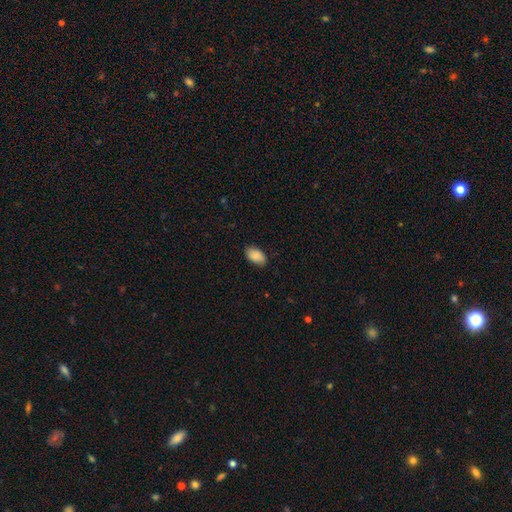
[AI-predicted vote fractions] smooth-or-featured: smooth: 88% | star or artifact: 6% | featured or disk: 5%
  how-rounded: in between: 94% | round: 4% | cigar-shaped: 2%
  merging: none: 84% | minor disturbance: 12% | major disturbance: 2% | merger: 1%